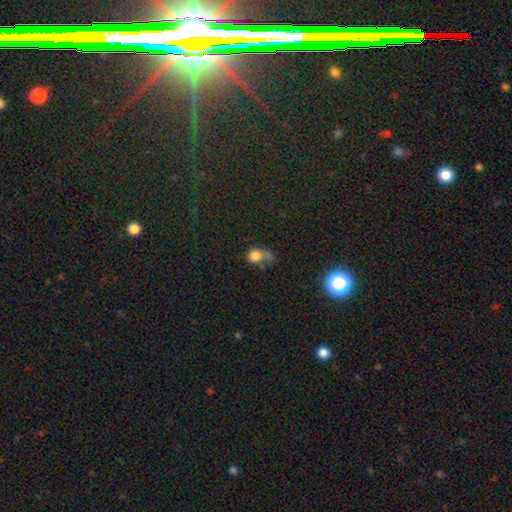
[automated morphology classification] Overall: smooth (73%). How rounded: round (58%; in between 39%). Merging: major disturbance (34%; none 27%).